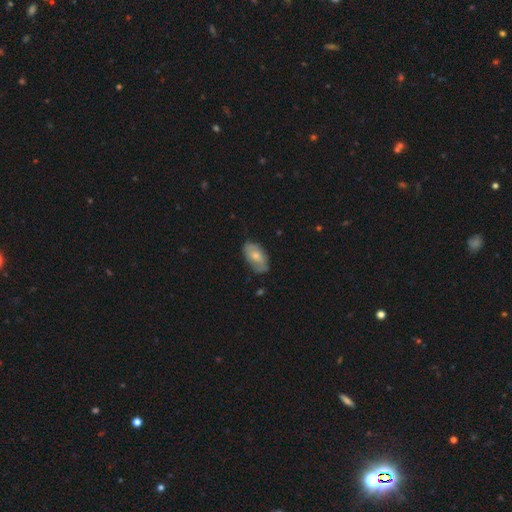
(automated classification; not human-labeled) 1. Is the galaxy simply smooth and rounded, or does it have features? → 62% smooth, 31% featured or disk, 6% star or artifact.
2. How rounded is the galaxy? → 93% in between, 5% round, 2% cigar-shaped.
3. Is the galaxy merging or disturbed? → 67% none, 26% minor disturbance, 6% major disturbance, 2% merger.